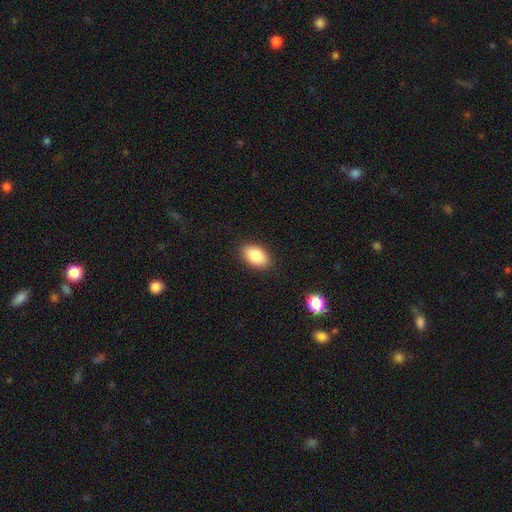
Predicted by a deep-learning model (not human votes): Morphology: type=smooth (86%); roundness=in between (91%); merging=none (88%).